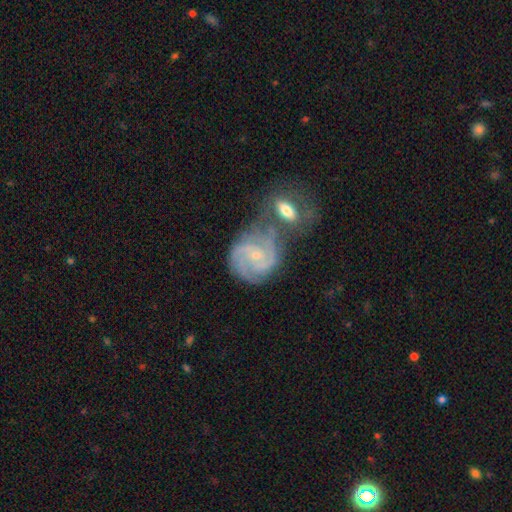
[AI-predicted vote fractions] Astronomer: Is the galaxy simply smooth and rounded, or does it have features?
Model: featured or disk — 86%.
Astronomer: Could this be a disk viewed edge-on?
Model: no — 98%.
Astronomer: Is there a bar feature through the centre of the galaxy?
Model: no — 61%.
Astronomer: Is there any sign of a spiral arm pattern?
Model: yes — 97%.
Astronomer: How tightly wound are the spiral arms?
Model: tight — 53% (runner-up: medium, 39%).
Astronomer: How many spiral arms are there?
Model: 3 — 37% (runner-up: 2, 28%).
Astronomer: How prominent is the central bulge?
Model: small — 77%.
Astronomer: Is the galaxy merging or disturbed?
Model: none — 46% (runner-up: merger, 29%).